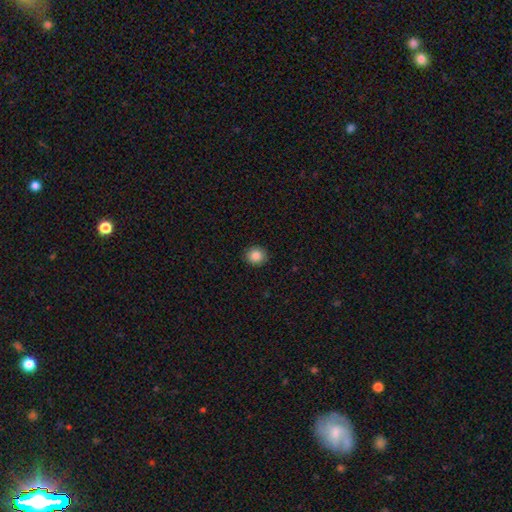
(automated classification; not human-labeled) smooth_or_featured: smooth (p=0.86) [alt: star or artifact p=0.09]
how_rounded: round (p=0.86) [alt: in between p=0.13]
merging: none (p=0.92) [alt: minor disturbance p=0.05]